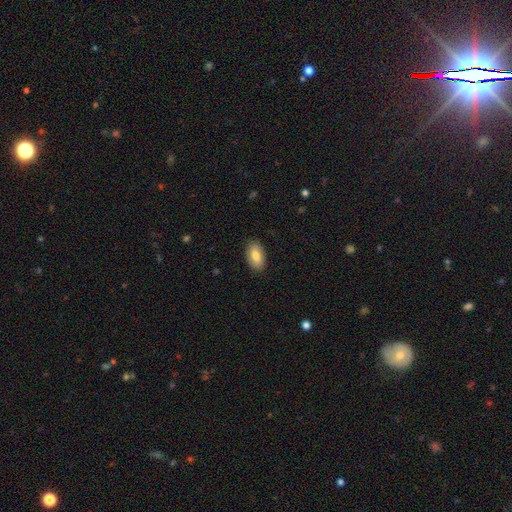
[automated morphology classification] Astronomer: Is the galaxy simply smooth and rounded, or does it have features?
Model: smooth — 77%.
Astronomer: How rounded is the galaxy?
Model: in between — 93%.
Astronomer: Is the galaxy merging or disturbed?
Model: none — 87%.